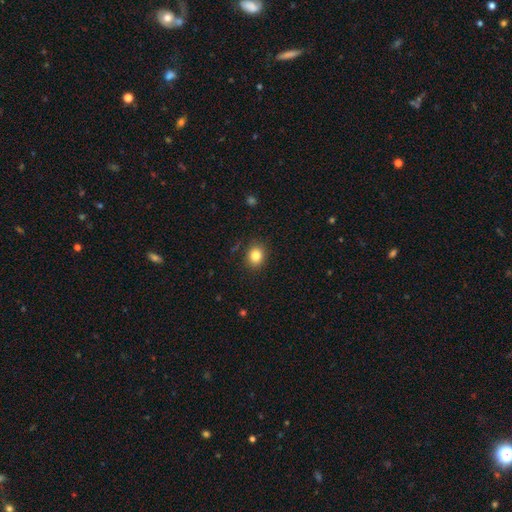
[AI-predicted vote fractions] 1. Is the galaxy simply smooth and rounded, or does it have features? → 83% smooth, 11% star or artifact, 6% featured or disk.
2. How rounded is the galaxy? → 68% round, 31% in between, 1% cigar-shaped.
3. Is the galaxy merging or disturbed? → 88% none, 8% minor disturbance, 2% major disturbance, 1% merger.